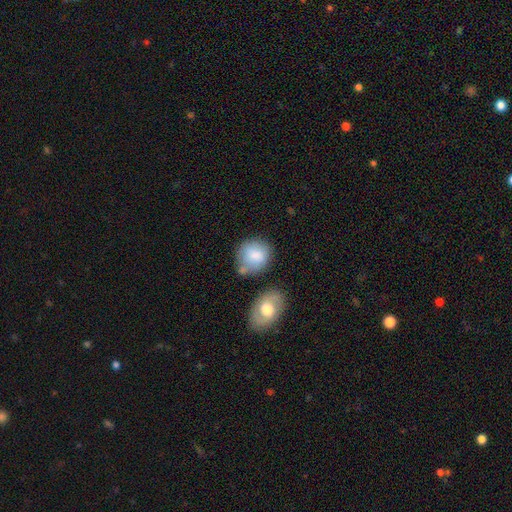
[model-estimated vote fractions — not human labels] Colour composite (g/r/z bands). It shows a smooth galaxy with no disk features (81%) that is round (69%). Merging: none (54%).